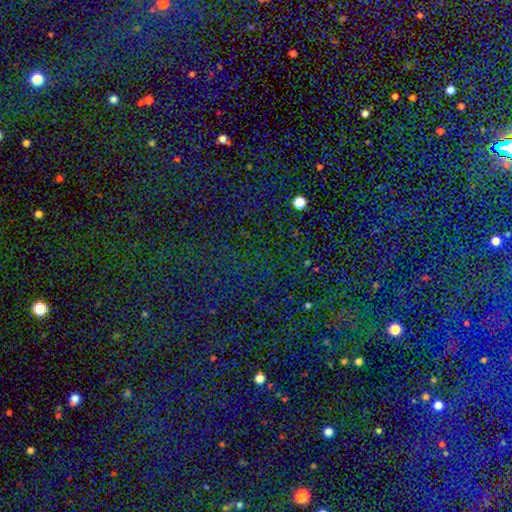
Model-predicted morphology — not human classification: Smooth or featured? star or artifact (84%)